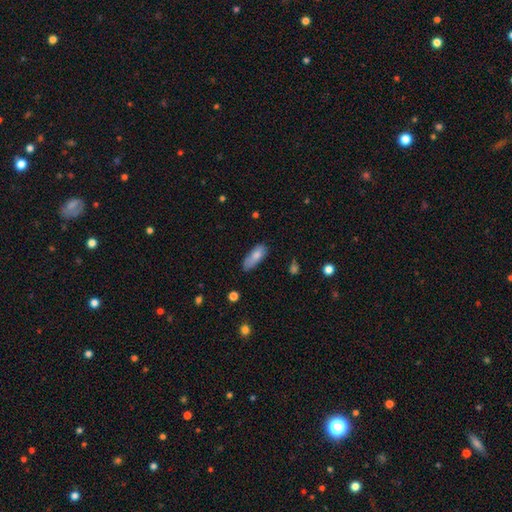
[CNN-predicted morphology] This is likely a smooth galaxy (79%). How rounded: likely in between (71%). Merging: possibly none (54%).